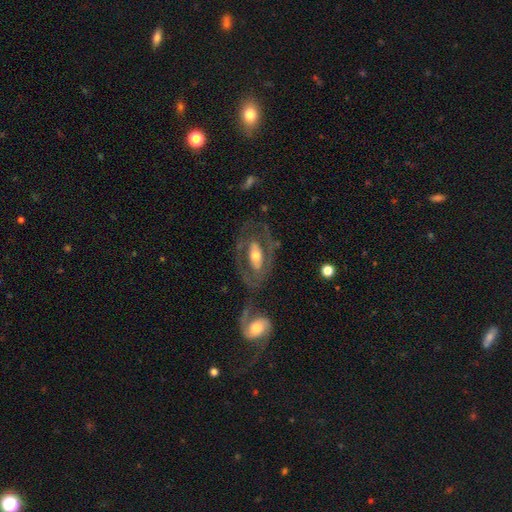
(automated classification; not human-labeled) A featured or disk galaxy (71%) with no bar (47%), spiral arms (54%) and a moderate central bulge (63%). Merging: none (60%).